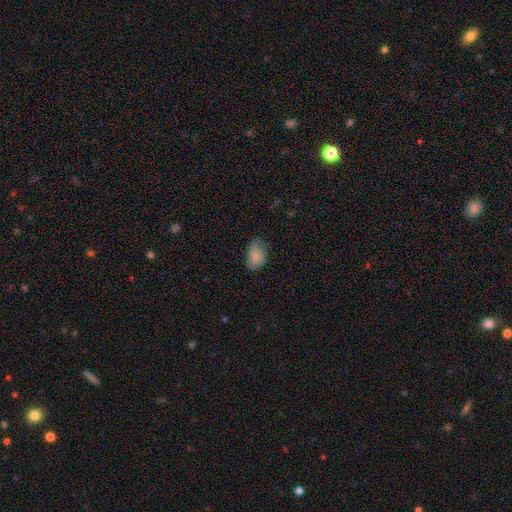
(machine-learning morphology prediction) A smooth galaxy with no disk features (83%) that is in between round and cigar-shaped (88%). Merging: none (63%).